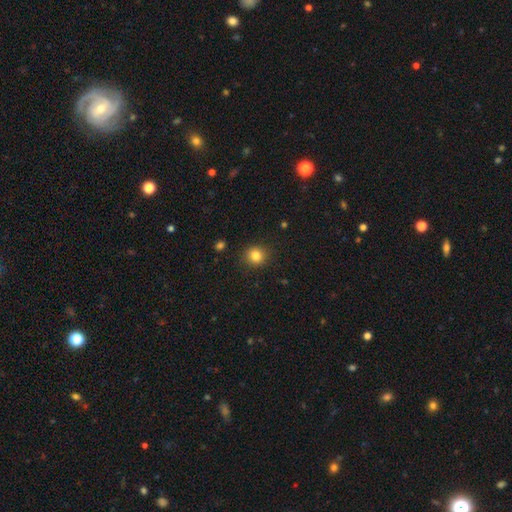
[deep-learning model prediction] smooth-or-featured: smooth: 83% | star or artifact: 12% | featured or disk: 6%
  how-rounded: round: 88% | in between: 11% | cigar-shaped: 1%
  merging: none: 89% | minor disturbance: 7% | major disturbance: 2% | merger: 1%